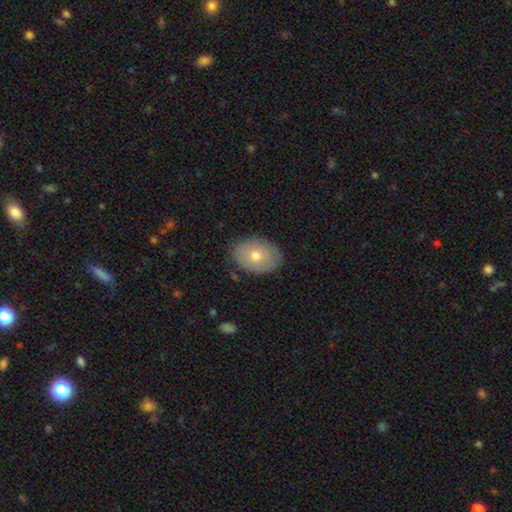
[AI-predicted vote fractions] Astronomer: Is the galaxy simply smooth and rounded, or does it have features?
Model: smooth — 65%.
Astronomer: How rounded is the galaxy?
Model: in between — 76%.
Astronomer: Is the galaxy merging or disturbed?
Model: none — 85%.